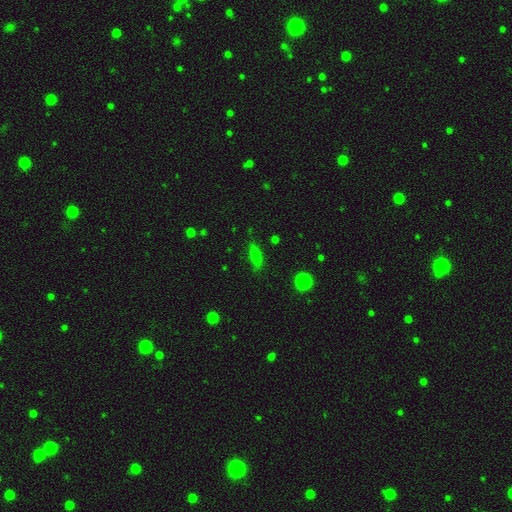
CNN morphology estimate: Overall: smooth (61%; featured or disk 27%). How rounded: cigar-shaped (49%; in between 45%). Merging: none (82%).